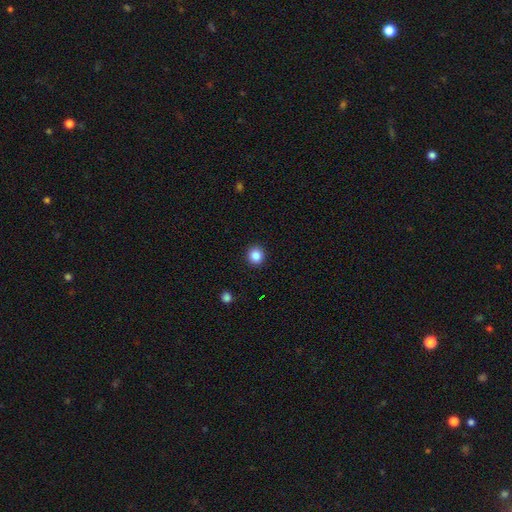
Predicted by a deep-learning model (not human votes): Overall: smooth (87%). How rounded: round (91%). Merging: none (92%).